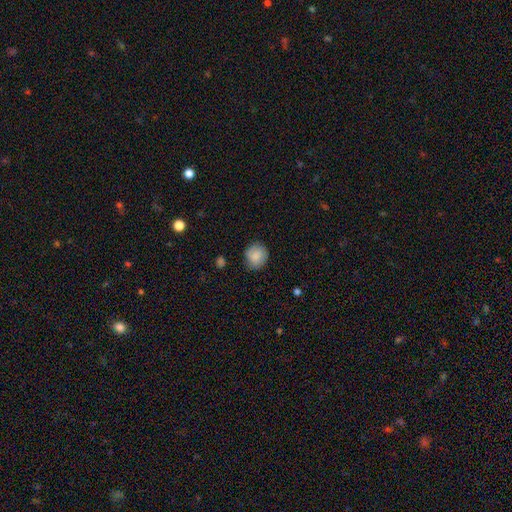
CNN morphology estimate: Q: Smooth or featured?
A: smooth (85%); runner-up: star or artifact (7%)
Q: How rounded?
A: round (83%); runner-up: in between (16%)
Q: Merging?
A: none (80%); runner-up: minor disturbance (15%)